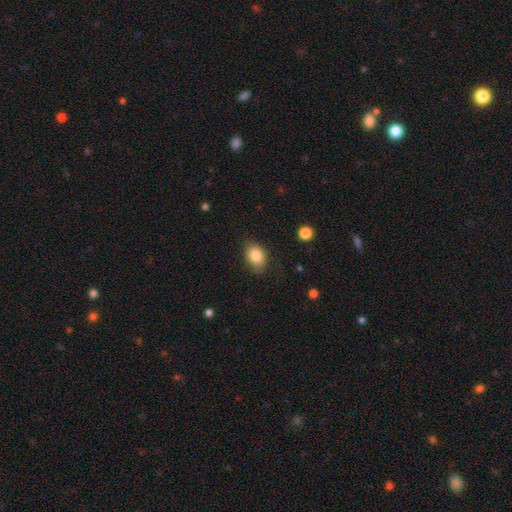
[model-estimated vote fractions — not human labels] smooth_or_featured: smooth (p=0.84) [alt: star or artifact p=0.08]
how_rounded: in between (p=0.77) [alt: round p=0.22]
merging: none (p=0.80) [alt: minor disturbance p=0.16]